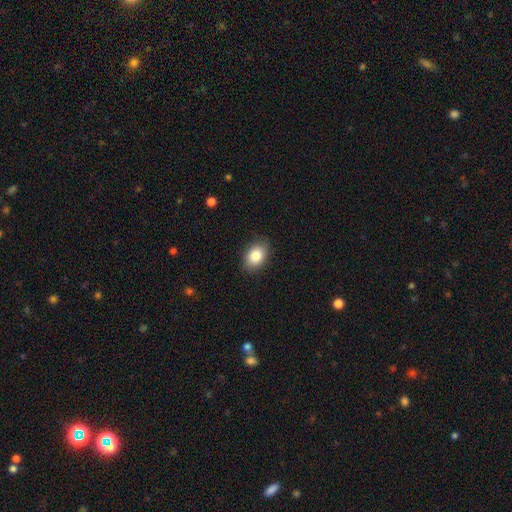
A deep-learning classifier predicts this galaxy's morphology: Q: Smooth or featured?
A: smooth (84%); runner-up: featured or disk (8%)
Q: How rounded?
A: in between (81%); runner-up: round (18%)
Q: Merging?
A: none (86%); runner-up: minor disturbance (11%)